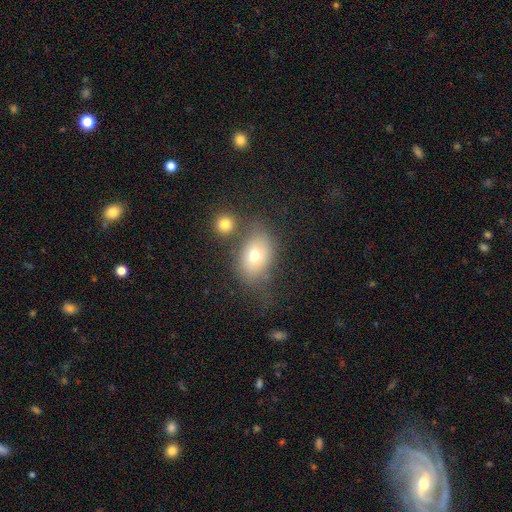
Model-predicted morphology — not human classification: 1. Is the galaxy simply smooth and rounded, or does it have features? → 70% smooth, 20% featured or disk, 11% star or artifact.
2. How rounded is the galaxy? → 73% in between, 26% round, 1% cigar-shaped.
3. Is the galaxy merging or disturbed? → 52% none, 19% merger, 19% minor disturbance, 10% major disturbance.